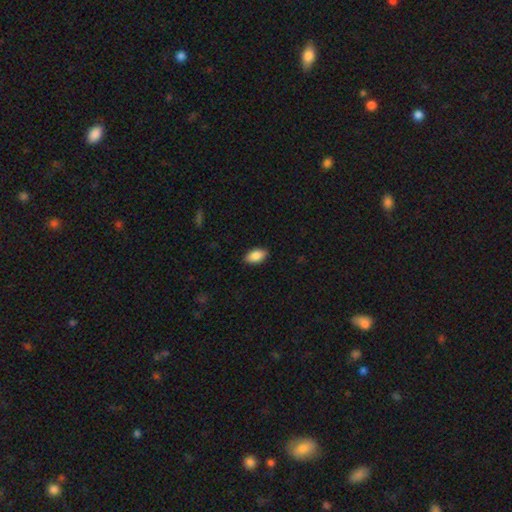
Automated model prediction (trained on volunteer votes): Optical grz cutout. It shows a smooth galaxy with no disk features (88%) that is in between round and cigar-shaped (93%). Merging: none (88%).